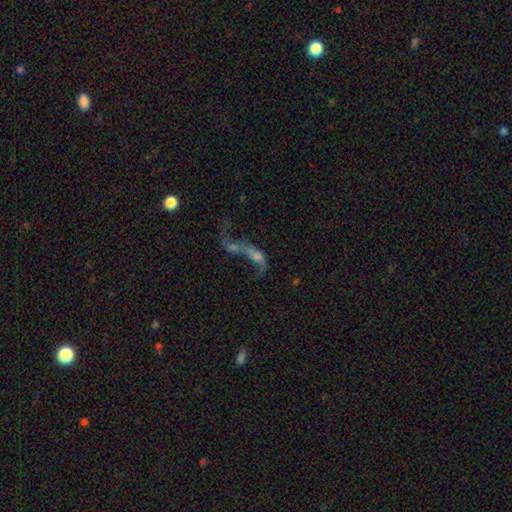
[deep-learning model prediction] A featured or disk galaxy (64%) with no bar (69%), spiral arms (55%) and no central bulge (42%). Merging: merger (52%).